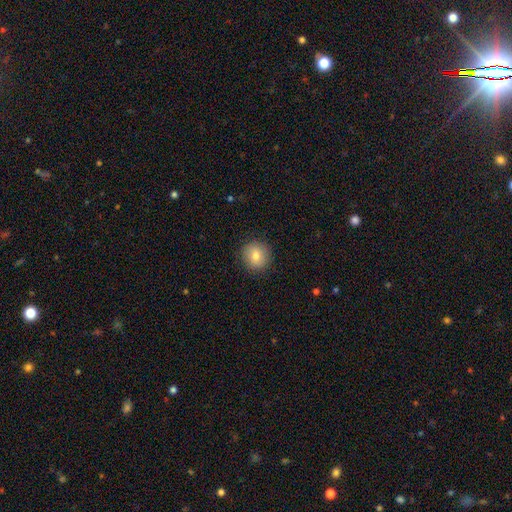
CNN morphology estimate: Smooth or featured: smooth — 79% (featured or disk — 11%)
How rounded: round — 91% (in between — 8%)
Merging: none — 90% (minor disturbance — 7%)